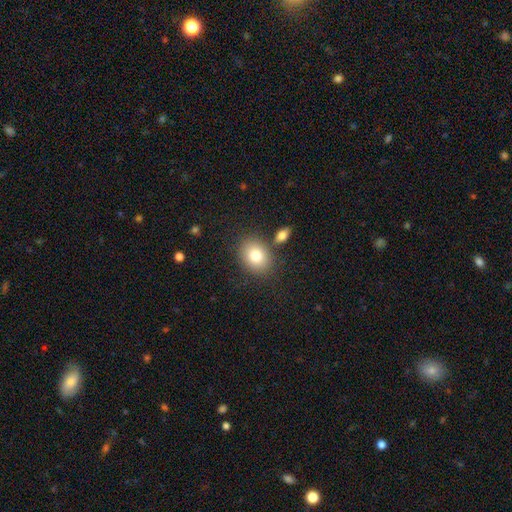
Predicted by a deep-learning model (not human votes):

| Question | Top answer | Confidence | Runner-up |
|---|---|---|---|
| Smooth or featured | smooth | 79% | featured or disk (11%) |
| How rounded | in between | 56% | round (43%) |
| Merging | none | 77% | minor disturbance (10%) |